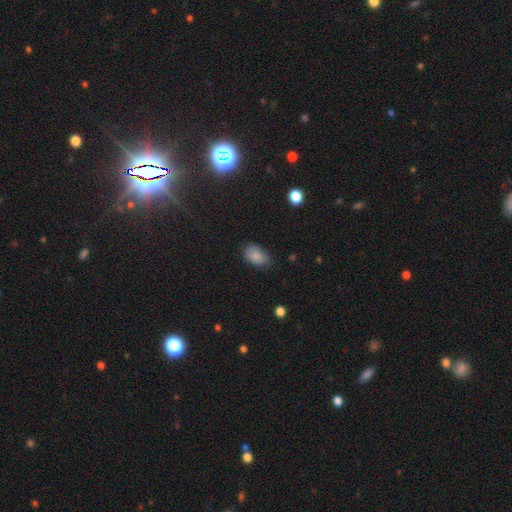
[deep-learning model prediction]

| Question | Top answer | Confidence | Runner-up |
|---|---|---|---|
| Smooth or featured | smooth | 85% | star or artifact (8%) |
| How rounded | in between | 88% | round (11%) |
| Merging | none | 72% | minor disturbance (22%) |